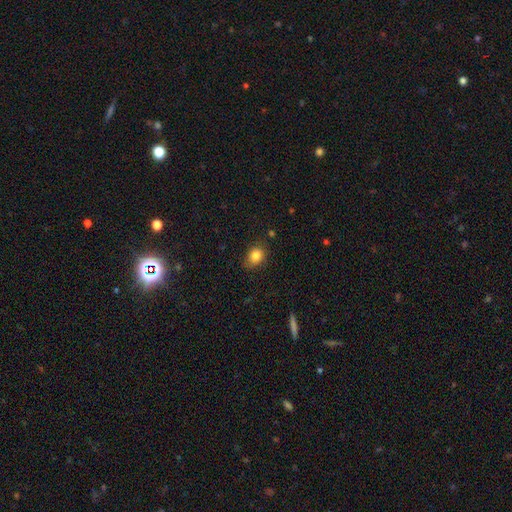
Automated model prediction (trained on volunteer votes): smooth 84%, star or artifact 10%, featured or disk 6%. Down the decision tree: how rounded — round (51%); merging — none (76%).